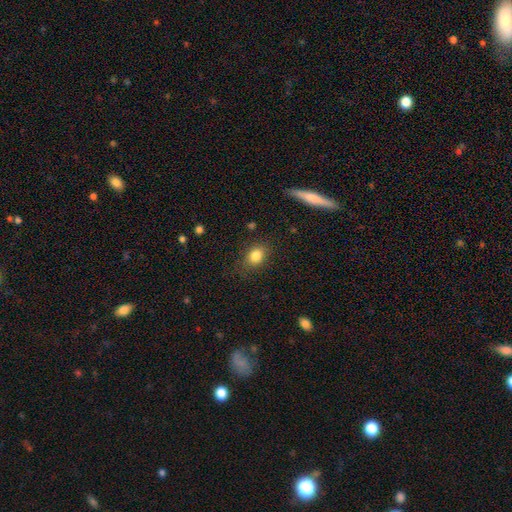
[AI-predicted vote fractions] This is clearly a smooth galaxy (83%). How rounded: possibly in between (60%). Merging: clearly none (80%).